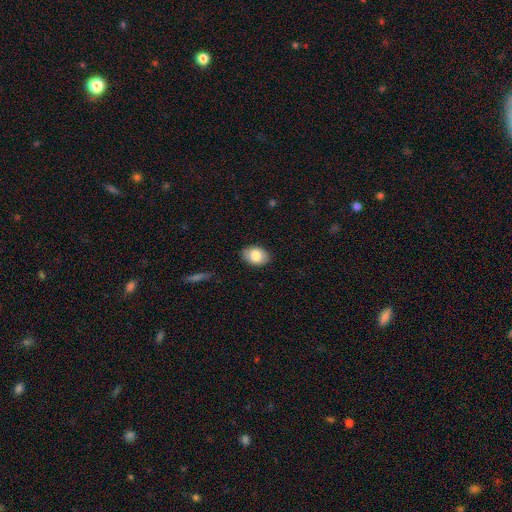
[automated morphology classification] Smooth or featured: smooth — 80% (featured or disk — 13%)
How rounded: in between — 83% (round — 16%)
Merging: none — 86% (minor disturbance — 10%)